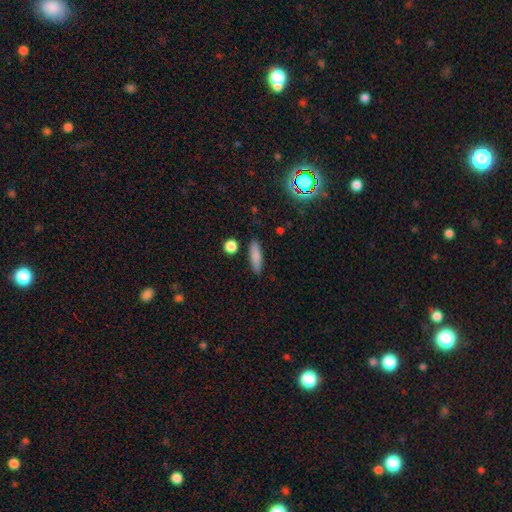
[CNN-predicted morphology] Q: Smooth or featured?
A: smooth (83%); runner-up: featured or disk (10%)
Q: How rounded?
A: cigar-shaped (60%); runner-up: in between (36%)
Q: Merging?
A: none (85%); runner-up: minor disturbance (10%)